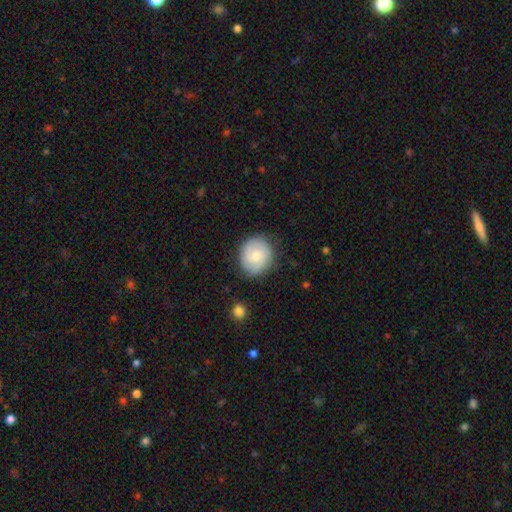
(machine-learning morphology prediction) smooth 48%, featured or disk 46%, star or artifact 6%. Down the decision tree: merging — none (81%).